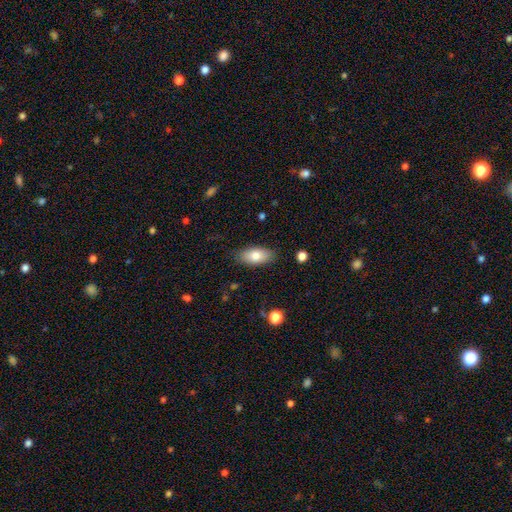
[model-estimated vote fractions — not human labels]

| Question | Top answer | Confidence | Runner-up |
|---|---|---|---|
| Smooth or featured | smooth | 79% | featured or disk (15%) |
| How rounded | in between | 89% | cigar-shaped (7%) |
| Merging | none | 84% | minor disturbance (12%) |